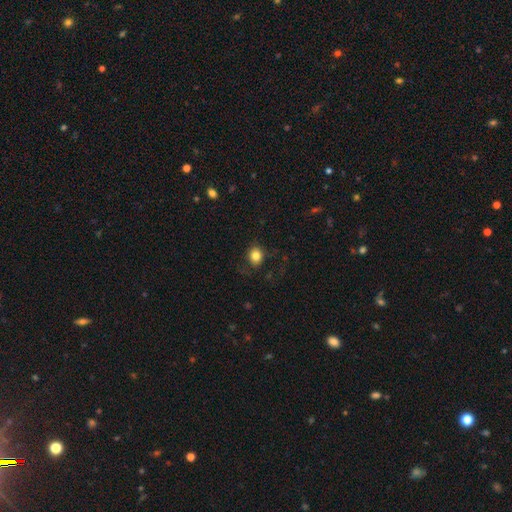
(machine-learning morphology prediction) Q: Smooth or featured?
A: smooth (83%); runner-up: star or artifact (11%)
Q: How rounded?
A: round (66%); runner-up: in between (34%)
Q: Merging?
A: none (79%); runner-up: minor disturbance (14%)